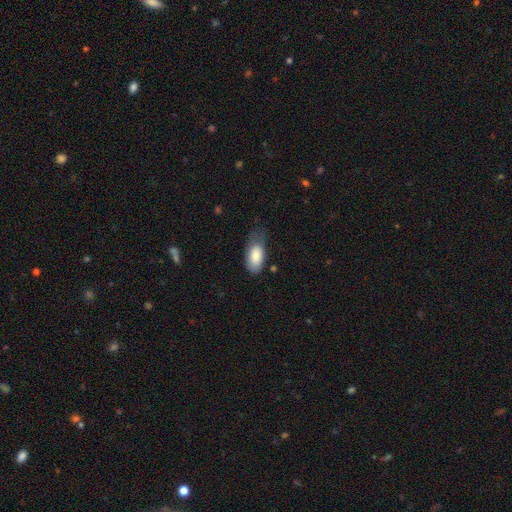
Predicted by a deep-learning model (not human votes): Smooth or featured? smooth (83%)
How rounded? in between (92%)
Merging? minor disturbance (41%)